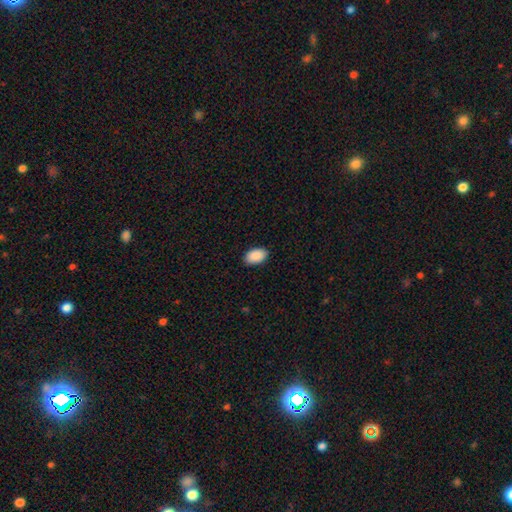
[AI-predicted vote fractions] smooth_or_featured: smooth (p=0.91) [alt: star or artifact p=0.06]
how_rounded: in between (p=0.94) [alt: round p=0.05]
merging: none (p=0.89) [alt: minor disturbance p=0.09]